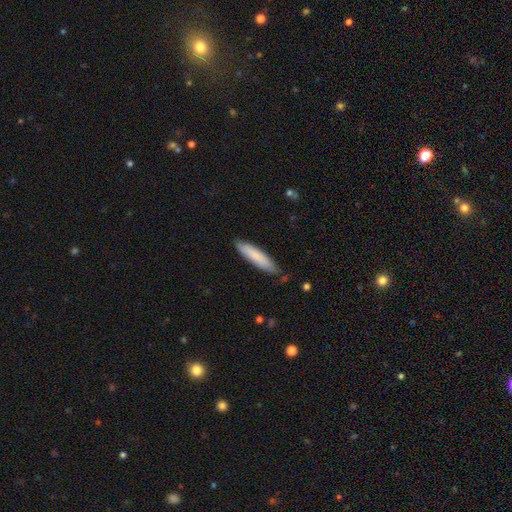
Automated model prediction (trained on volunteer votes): This appears to be a smooth galaxy with no disk features (82%) that is cigar-shaped (81%). Merging: none (83%).